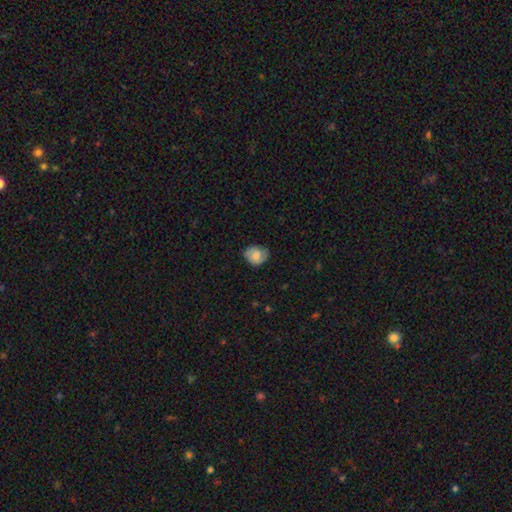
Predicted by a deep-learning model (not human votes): Smooth or featured: smooth — 76% (featured or disk — 17%)
How rounded: round — 66% (in between — 33%)
Merging: none — 69% (minor disturbance — 25%)